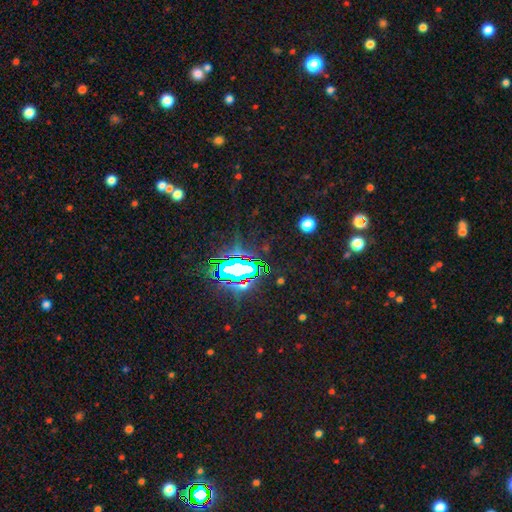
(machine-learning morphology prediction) A star or artifact, not a galaxy (83%).